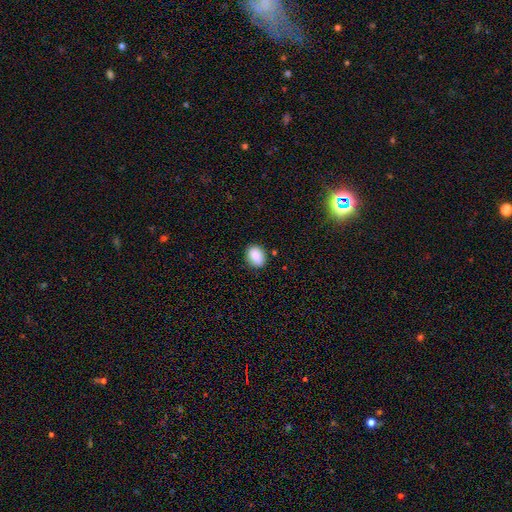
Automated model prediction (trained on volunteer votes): smooth 88%, star or artifact 8%, featured or disk 4%. Down the decision tree: how rounded — in between (66%); merging — none (85%).